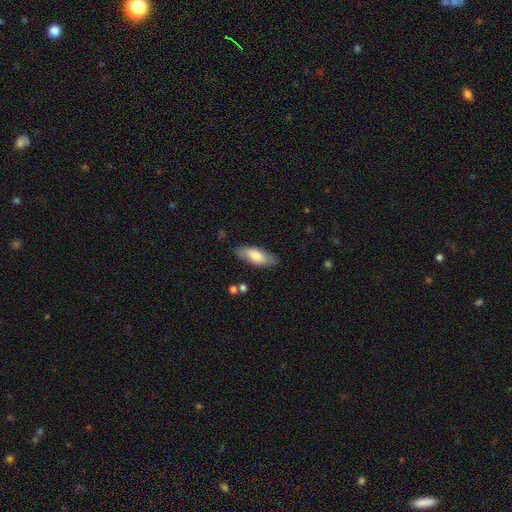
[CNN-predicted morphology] Smooth or featured: smooth — 74% (featured or disk — 21%)
How rounded: in between — 75% (cigar-shaped — 23%)
Merging: none — 83% (minor disturbance — 12%)